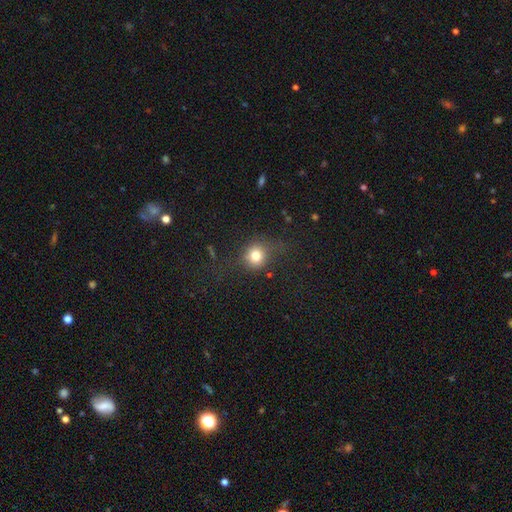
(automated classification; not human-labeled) Smooth or featured?
  - smooth: 77% *
  - star or artifact: 13%
  - featured or disk: 10%
How rounded?
  - round: 80% *
  - in between: 18%
  - cigar-shaped: 1%
Merging?
  - none: 65% *
  - minor disturbance: 20%
  - major disturbance: 13%
  - merger: 2%